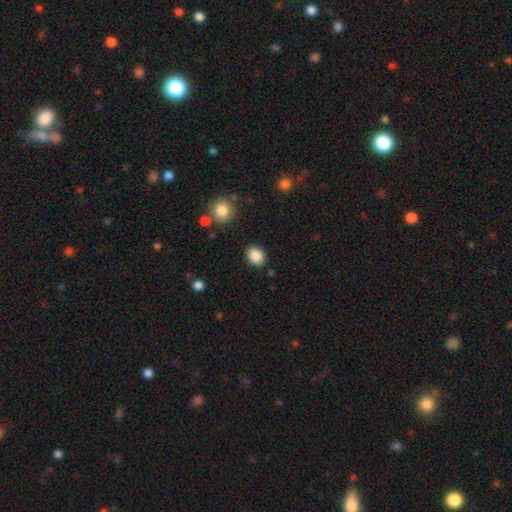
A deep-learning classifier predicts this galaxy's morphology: This is clearly a smooth galaxy (88%). How rounded: possibly in between (54%). Merging: clearly none (87%).